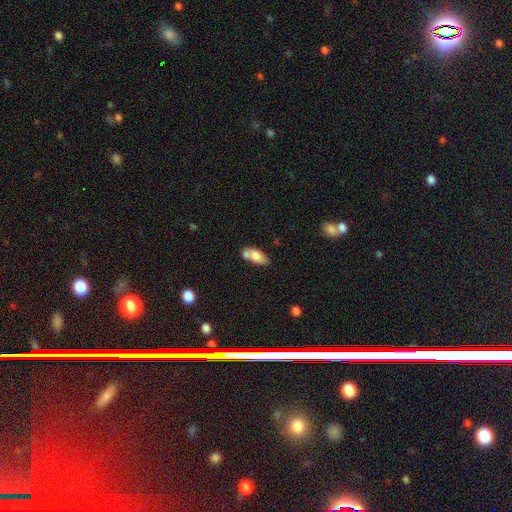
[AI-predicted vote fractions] smooth-or-featured: smooth: 75% | featured or disk: 17% | star or artifact: 8%
  how-rounded: in between: 85% | cigar-shaped: 11% | round: 4%
  merging: none: 41% | merger: 39% | minor disturbance: 15% | major disturbance: 5%